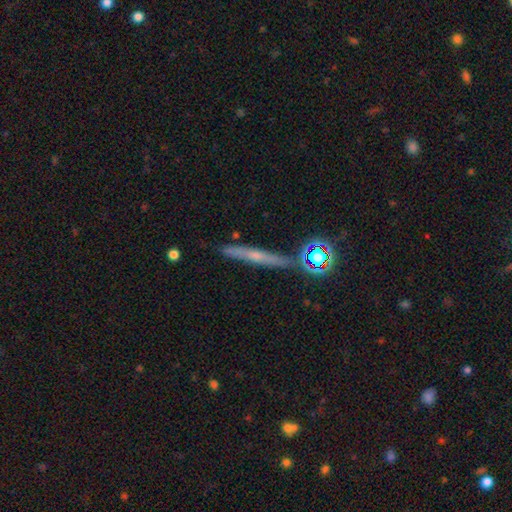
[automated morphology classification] Smooth or featured?
  - featured or disk: 51% *
  - smooth: 29%
  - star or artifact: 20%
Edge-on disk?
  - yes: 91% *
  - no: 9%
Merging?
  - none: 82% *
  - minor disturbance: 11%
  - merger: 4%
  - major disturbance: 3%